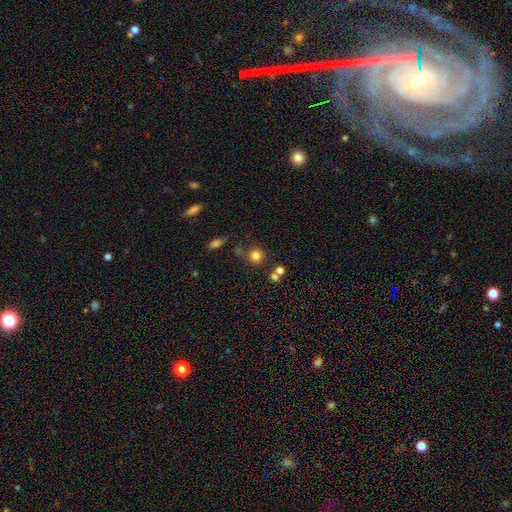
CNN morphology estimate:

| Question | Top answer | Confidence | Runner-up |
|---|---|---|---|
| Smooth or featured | smooth | 79% | star or artifact (14%) |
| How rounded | round | 91% | in between (8%) |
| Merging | none | 74% | merger (11%) |